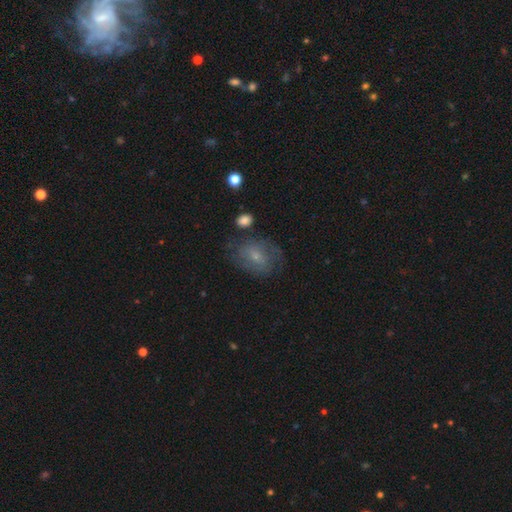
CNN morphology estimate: Overall: featured or disk (46%; smooth 44%). Merging: none (61%; minor disturbance 22%).